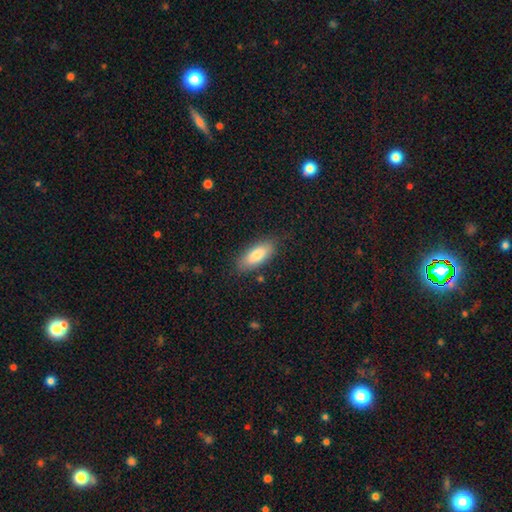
Overall: smooth (84%). How rounded: in between (72%). Merging: none (86%).